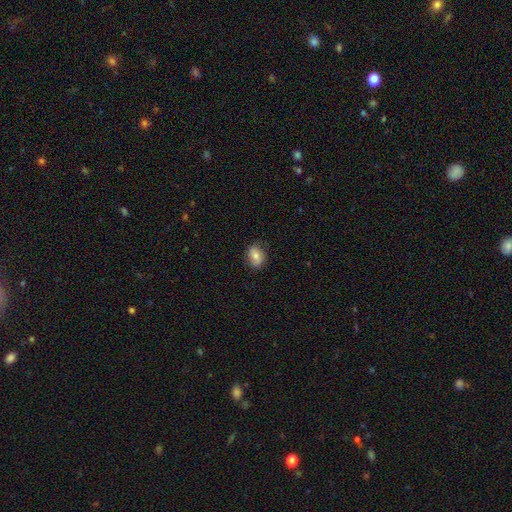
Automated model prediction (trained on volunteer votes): Smooth or featured? smooth (72%)
How rounded? in between (69%)
Merging? none (77%)